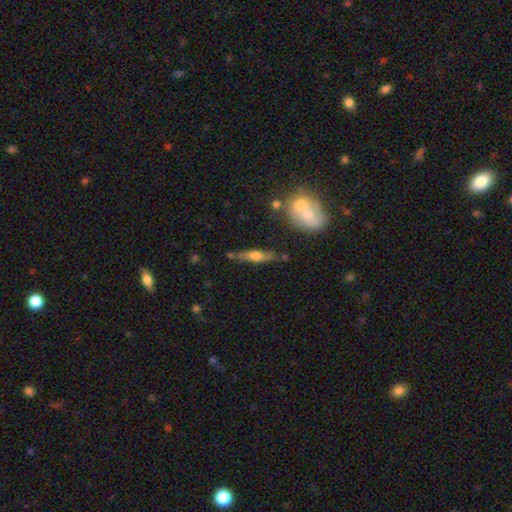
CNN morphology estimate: type=featured or disk (55%); edge-on=yes (89%); merging=none (75%).